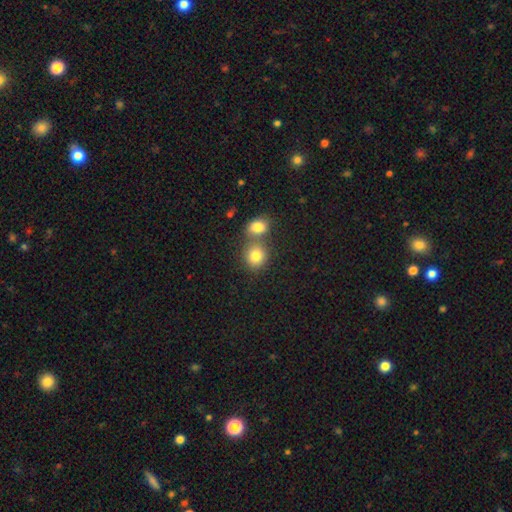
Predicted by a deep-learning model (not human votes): smooth 82%, star or artifact 11%, featured or disk 8%. Down the decision tree: how rounded — round (79%); merging — none (49%).